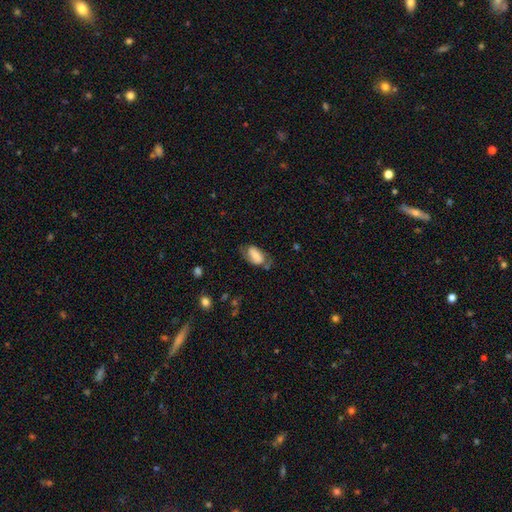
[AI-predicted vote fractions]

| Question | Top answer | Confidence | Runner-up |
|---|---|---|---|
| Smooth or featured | smooth | 47% | featured or disk (45%) |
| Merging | none | 53% | minor disturbance (27%) |